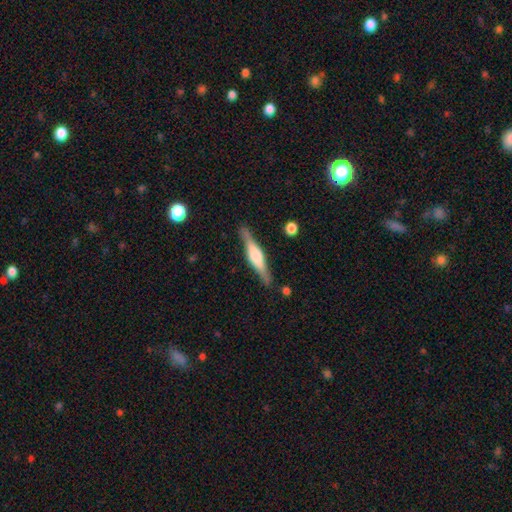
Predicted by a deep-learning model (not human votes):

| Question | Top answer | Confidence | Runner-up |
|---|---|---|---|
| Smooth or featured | featured or disk | 70% | smooth (25%) |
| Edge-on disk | yes | 97% | no (3%) |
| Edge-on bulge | rounded | 70% | boxy (25%) |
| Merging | none | 86% | minor disturbance (10%) |